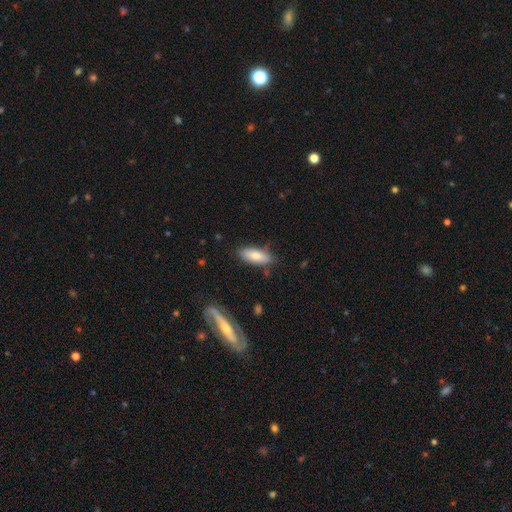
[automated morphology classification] Smooth or featured?
  - smooth: 78% *
  - featured or disk: 15%
  - star or artifact: 7%
How rounded?
  - in between: 75% *
  - cigar-shaped: 23%
  - round: 2%
Merging?
  - none: 79% *
  - minor disturbance: 15%
  - major disturbance: 3%
  - merger: 3%